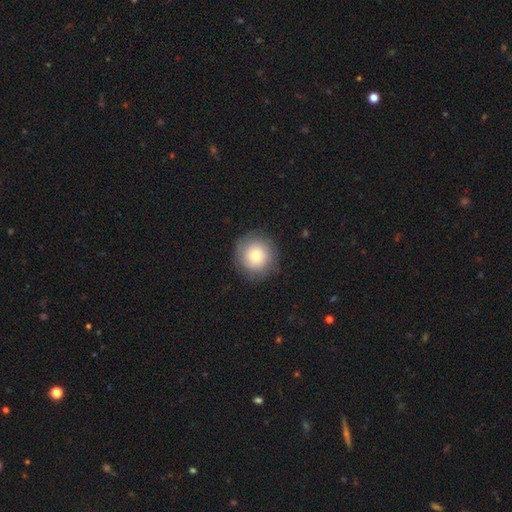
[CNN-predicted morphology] Smooth or featured: smooth — 71% (featured or disk — 20%)
How rounded: round — 94% (in between — 5%)
Merging: none — 84% (minor disturbance — 11%)